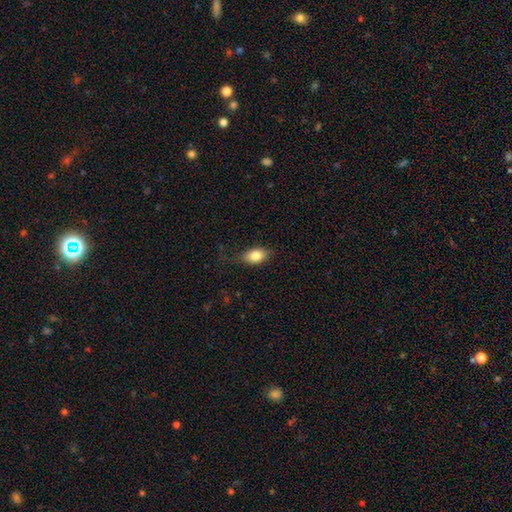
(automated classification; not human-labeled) This appears to be a smooth galaxy with no disk features (82%) that is in between round and cigar-shaped (85%). Merging: none (70%).